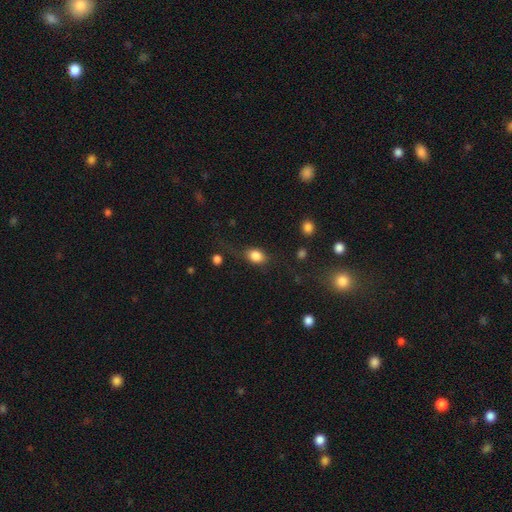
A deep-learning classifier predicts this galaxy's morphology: Smooth or featured? smooth (82%)
How rounded? in between (65%)
Merging? none (58%)